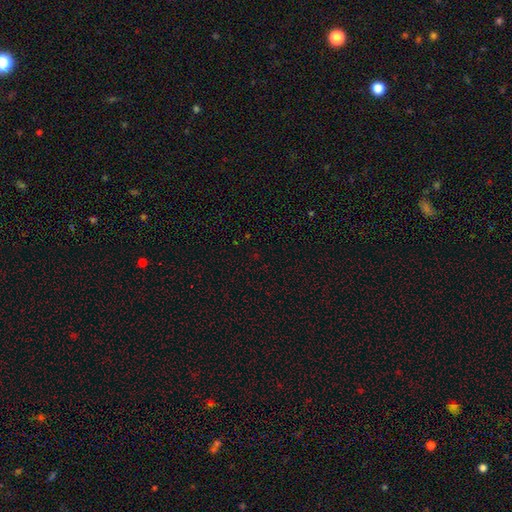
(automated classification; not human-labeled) smooth-or-featured: star or artifact: 66% | smooth: 28% | featured or disk: 6%